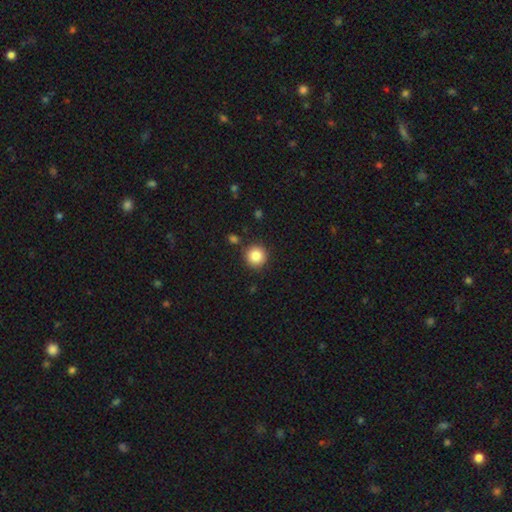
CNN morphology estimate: smooth 85%, star or artifact 9%, featured or disk 5%. Down the decision tree: how rounded — round (94%); merging — none (88%).